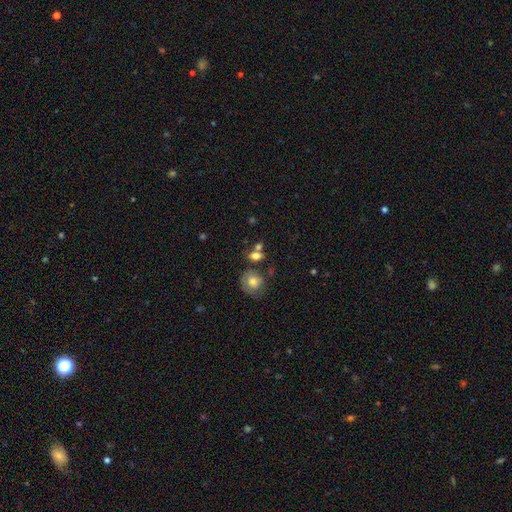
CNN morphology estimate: Smooth or featured? Predicted: smooth (p=0.77). How rounded? Predicted: in between (p=0.58). Merging? Predicted: none (p=0.51).